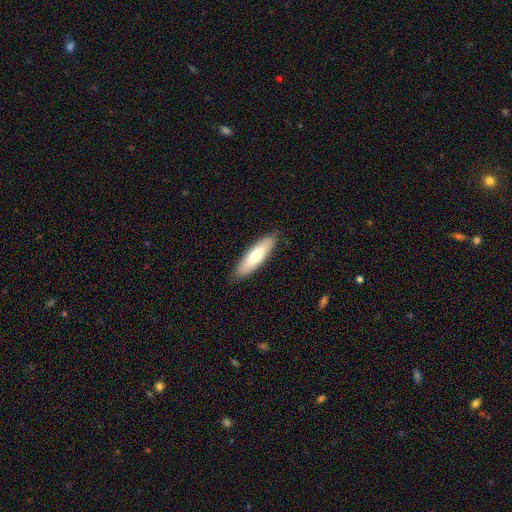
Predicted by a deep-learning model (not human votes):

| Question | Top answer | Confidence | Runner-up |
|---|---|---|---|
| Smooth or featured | smooth | 71% | featured or disk (24%) |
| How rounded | cigar-shaped | 59% | in between (40%) |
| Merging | none | 87% | minor disturbance (10%) |